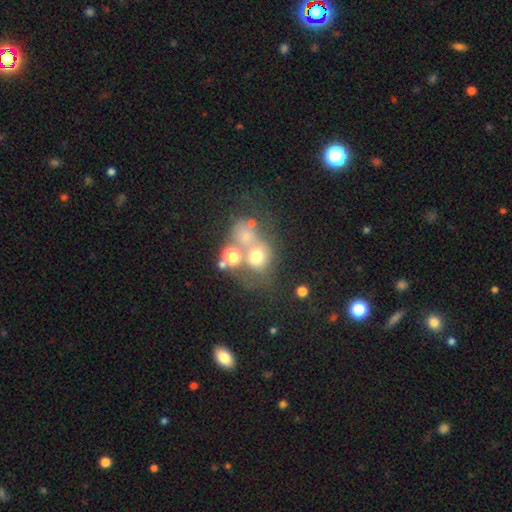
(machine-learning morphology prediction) A smooth galaxy with no disk features (59%) that is round (73%).

Vote fractions:
- Smooth or featured? smooth: 59% / featured or disk: 21% / star or artifact: 20%
- How rounded? round: 73% / in between: 26% / cigar-shaped: 1%
- Merging? merger: 43% / none: 34% / major disturbance: 13% / minor disturbance: 11%